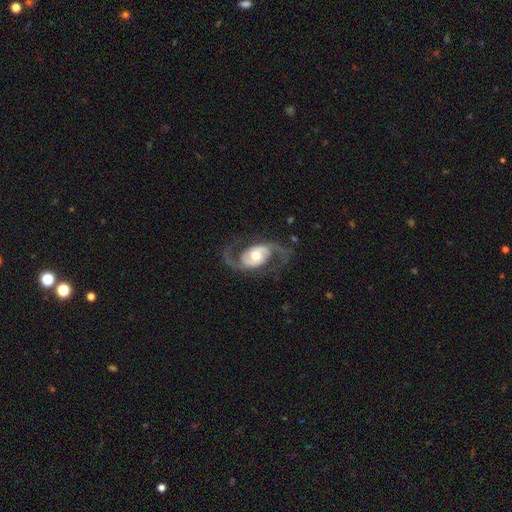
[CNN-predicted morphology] A featured or disk galaxy (89%) with no bar (59%), 2 (94%) loose (47%) spiral arms (95%) and a moderate central bulge (71%). Merging: none (75%).